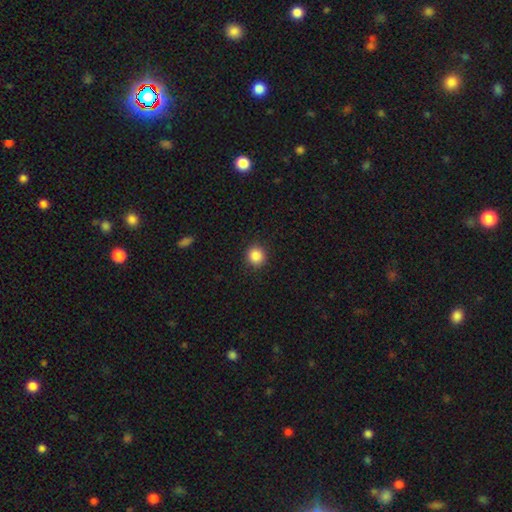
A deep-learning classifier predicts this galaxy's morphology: type=smooth (86%); roundness=round (92%); merging=none (91%).